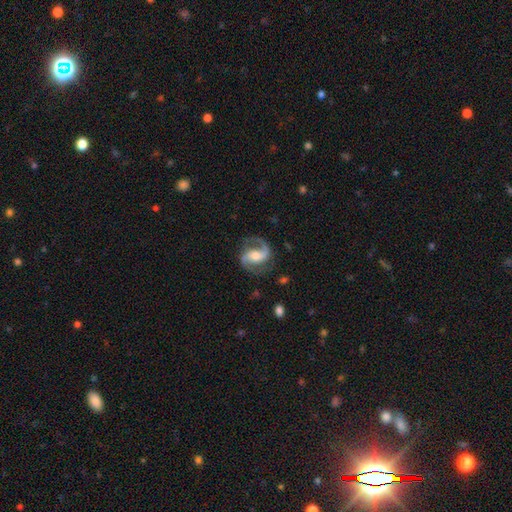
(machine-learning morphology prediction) Overall: featured or disk (90%). Edge-on disk: no (98%). Bar: no (38%; weak 37%). Spiral arms: yes (98%). Spiral arm count: 2 (90%). Spiral winding: medium (56%; loose 28%). Bulge size: moderate (62%; small 29%). Merging: none (79%).